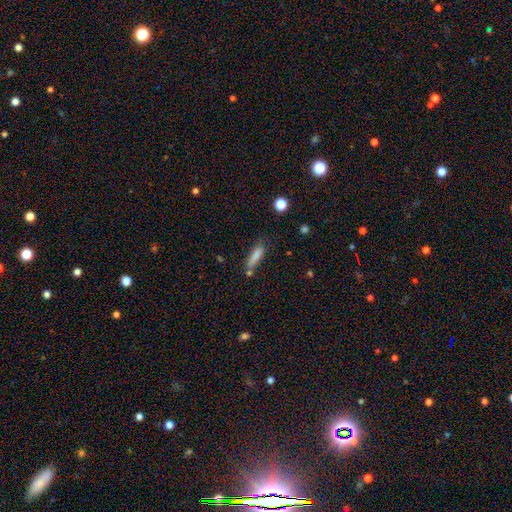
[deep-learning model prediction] The model was most divided on "merging": none: 61%, minor disturbance: 22%, merger: 10%, major disturbance: 7%. More confident: smooth or featured — smooth (80%); how rounded — cigar-shaped (72%).